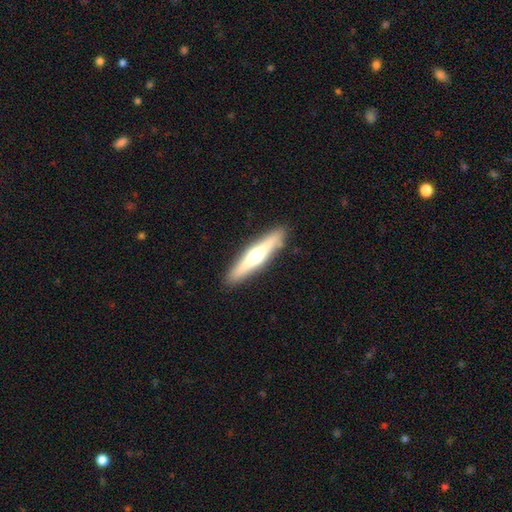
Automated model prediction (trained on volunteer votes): smooth-or-featured: featured or disk: 58% | smooth: 37% | star or artifact: 5%
  disk-edge-on: yes: 95% | no: 5%
    edge-on-bulge: rounded: 92% | none: 5% | boxy: 4%
  merging: none: 89% | minor disturbance: 8% | major disturbance: 2% | merger: 1%